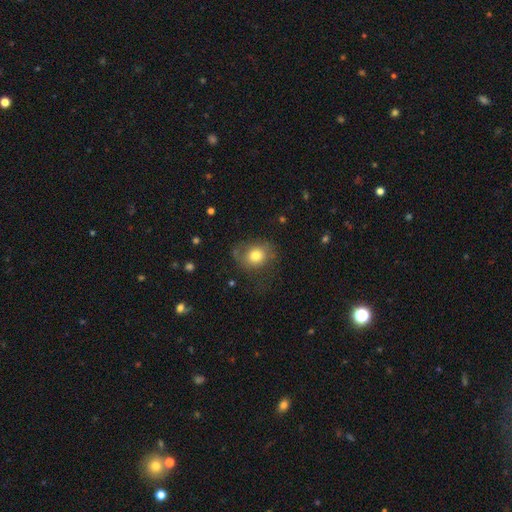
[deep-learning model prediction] A smooth galaxy with no disk features (74%) that is round (63%).

Vote fractions:
- Smooth or featured? smooth: 74% / featured or disk: 16% / star or artifact: 10%
- How rounded? round: 63% / in between: 36% / cigar-shaped: 1%
- Merging? none: 60% / minor disturbance: 23% / major disturbance: 15% / merger: 2%